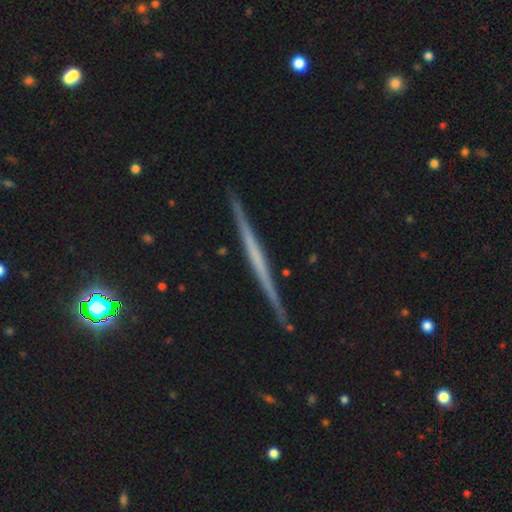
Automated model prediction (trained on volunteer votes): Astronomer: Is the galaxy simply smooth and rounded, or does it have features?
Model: featured or disk — 66%.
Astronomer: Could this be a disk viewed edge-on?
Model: yes — 98%.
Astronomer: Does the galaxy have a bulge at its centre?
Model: none — 87%.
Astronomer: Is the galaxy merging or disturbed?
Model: none — 90%.